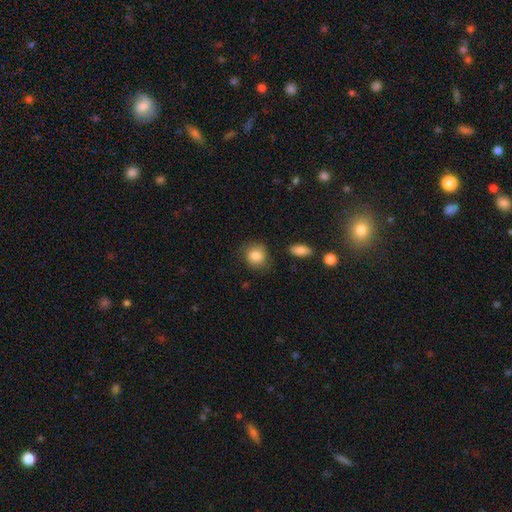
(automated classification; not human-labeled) A smooth galaxy with no disk features (86%) that is round (78%). Merging: none (77%).